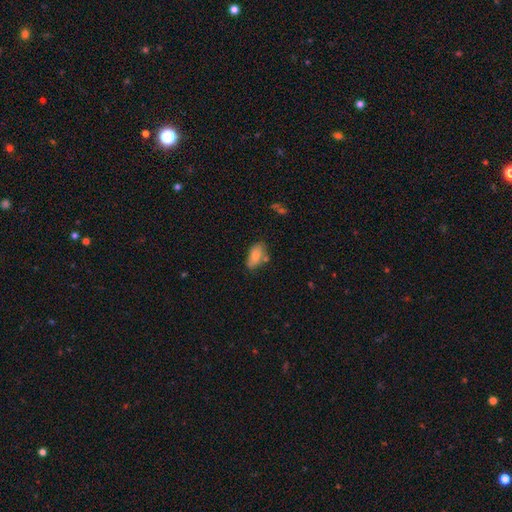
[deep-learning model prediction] The model was most divided on "merging": none: 56%, minor disturbance: 27%, merger: 11%, major disturbance: 7%. More confident: how rounded — in between (90%); smooth or featured — smooth (74%).